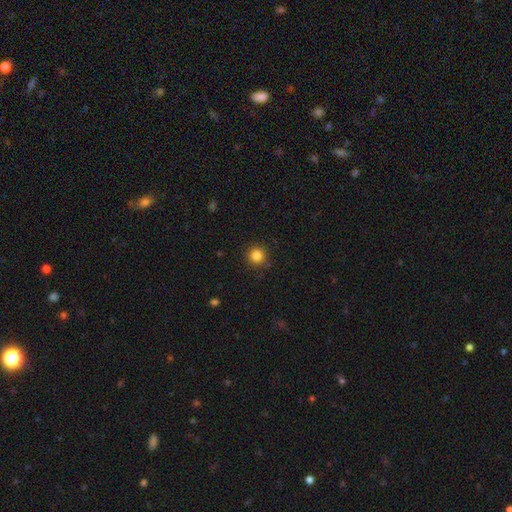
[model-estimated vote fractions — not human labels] A smooth galaxy with no disk features (84%) that is round (94%).

Vote fractions:
- Smooth or featured? smooth: 84% / star or artifact: 12% / featured or disk: 4%
- How rounded? round: 94% / in between: 5% / cigar-shaped: 1%
- Merging? none: 90% / minor disturbance: 7% / major disturbance: 2% / merger: 2%